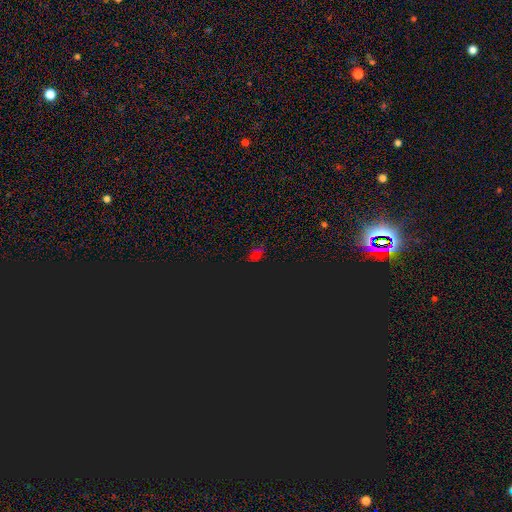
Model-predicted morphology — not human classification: A star or artifact, not a galaxy (66%).